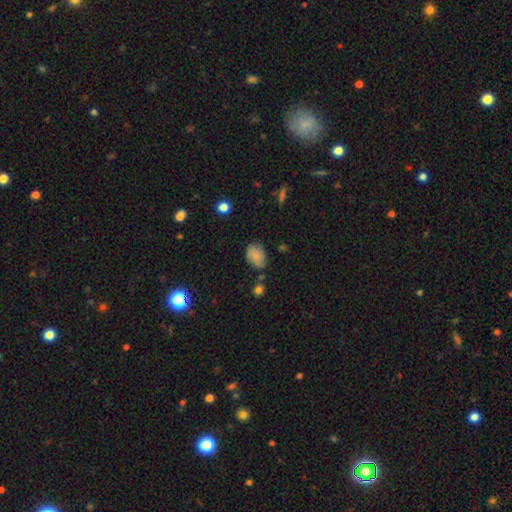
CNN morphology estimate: Smooth or featured? Predicted: smooth (p=0.80). How rounded? Predicted: in between (p=0.78). Merging? Predicted: none (p=0.61).